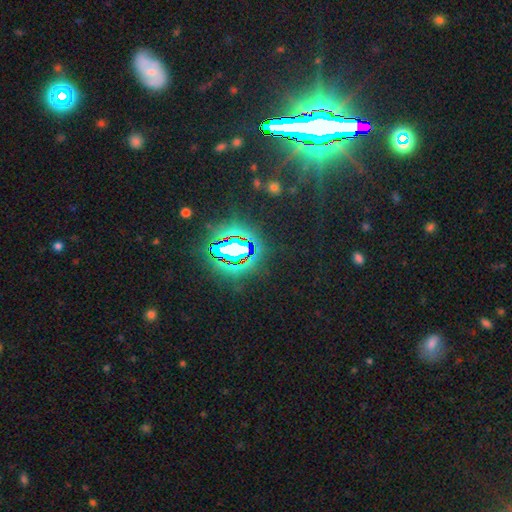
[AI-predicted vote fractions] Morphology: type=star or artifact (85%).